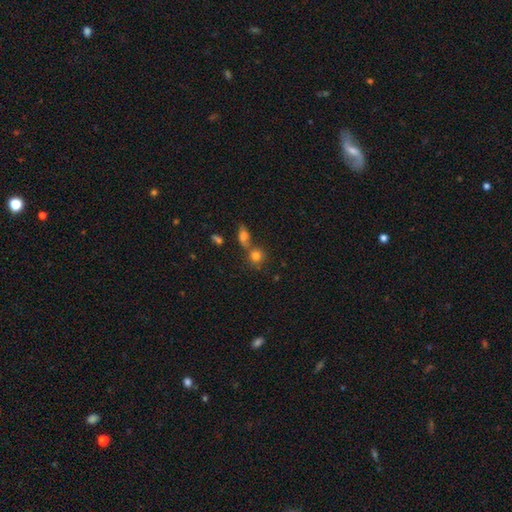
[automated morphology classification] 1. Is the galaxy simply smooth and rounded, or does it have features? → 78% smooth, 12% star or artifact, 9% featured or disk.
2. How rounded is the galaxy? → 84% round, 15% in between, 1% cigar-shaped.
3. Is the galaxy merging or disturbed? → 56% none, 31% merger, 10% minor disturbance, 4% major disturbance.